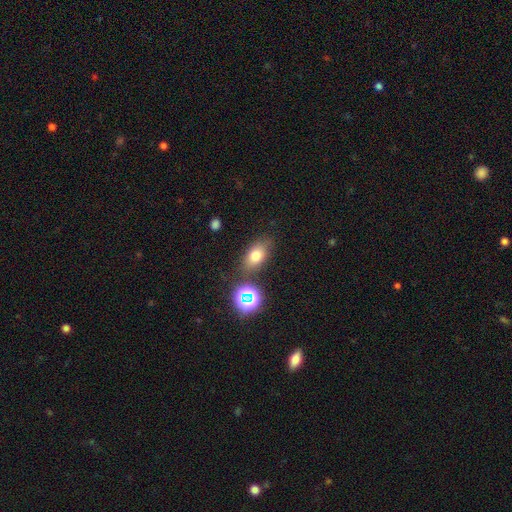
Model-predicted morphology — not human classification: A smooth galaxy with no disk features (72%) that is in between round and cigar-shaped (80%).

Vote fractions:
- Smooth or featured? smooth: 72% / star or artifact: 15% / featured or disk: 13%
- How rounded? in between: 80% / round: 17% / cigar-shaped: 4%
- Merging? none: 77% / minor disturbance: 13% / merger: 6% / major disturbance: 4%